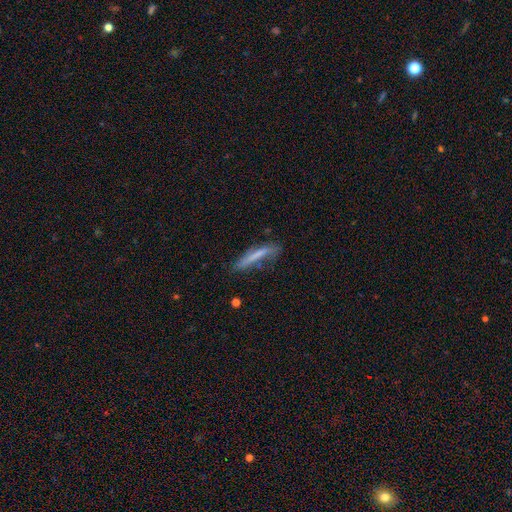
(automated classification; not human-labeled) Morphology: type=smooth (59%); roundness=cigar-shaped (91%); merging=none (58%).